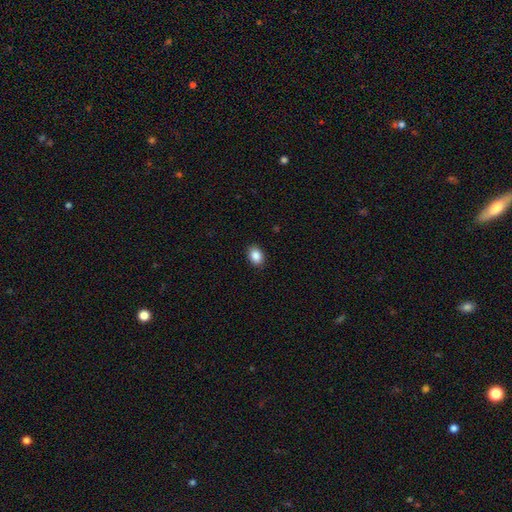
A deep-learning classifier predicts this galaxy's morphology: Smooth or featured?
  - smooth: 88% *
  - star or artifact: 8%
  - featured or disk: 4%
How rounded?
  - in between: 68% *
  - round: 31%
  - cigar-shaped: 1%
Merging?
  - none: 90% *
  - minor disturbance: 7%
  - major disturbance: 2%
  - merger: 1%